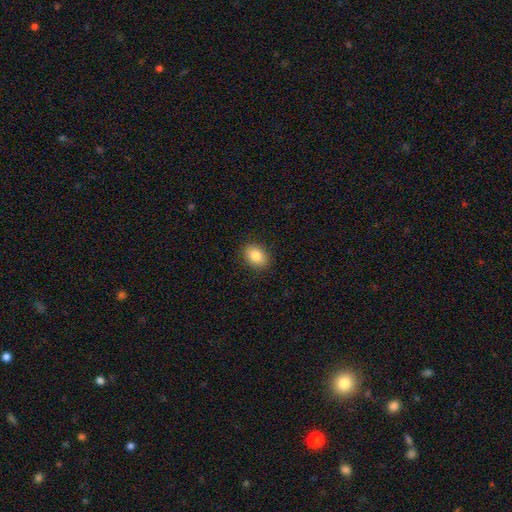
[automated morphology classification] This appears to be a smooth galaxy with no disk features (85%) that is in between round and cigar-shaped (75%). Merging: none (89%).